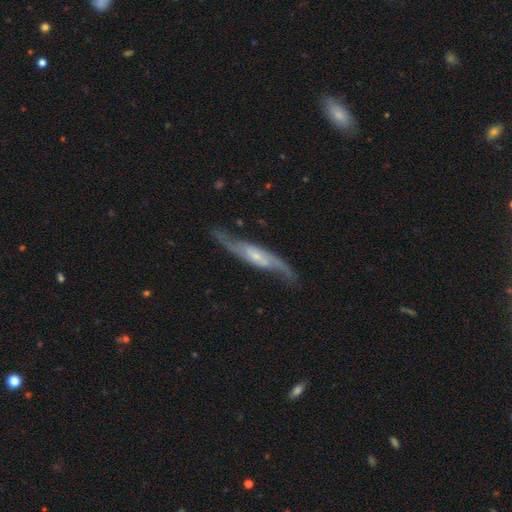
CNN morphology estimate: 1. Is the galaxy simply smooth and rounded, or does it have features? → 81% featured or disk, 12% smooth, 7% star or artifact.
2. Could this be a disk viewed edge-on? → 53% no, 47% yes.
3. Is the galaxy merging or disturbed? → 76% none, 17% minor disturbance, 5% major disturbance, 2% merger.